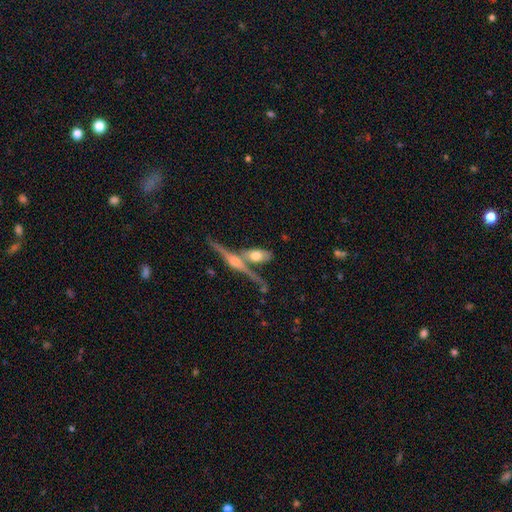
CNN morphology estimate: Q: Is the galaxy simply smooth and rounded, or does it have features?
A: featured or disk — 49%.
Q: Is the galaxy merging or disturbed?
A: none — 50%.